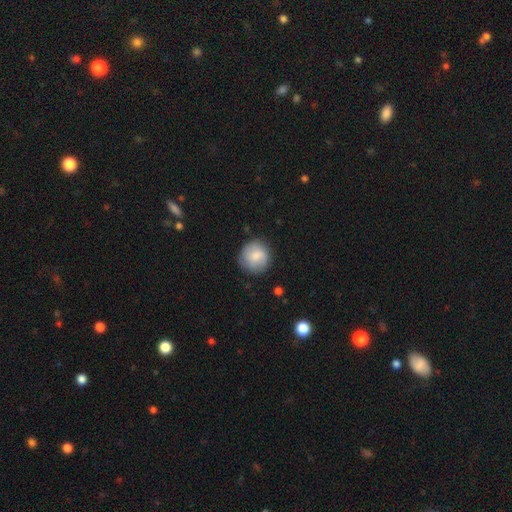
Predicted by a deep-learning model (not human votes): This appears to be a smooth galaxy with no disk features (74%) that is round (92%). Merging: none (81%).